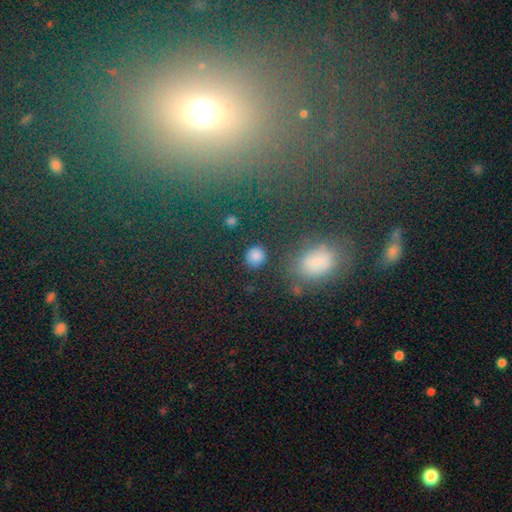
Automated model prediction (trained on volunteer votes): The model was most divided on "smooth or featured": smooth: 82%, star or artifact: 13%, featured or disk: 5%. More confident: how rounded — round (88%); merging — none (85%).